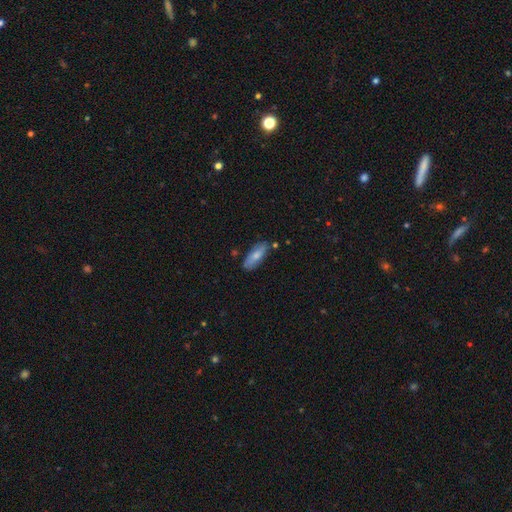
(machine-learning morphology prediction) A smooth galaxy with no disk features (73%) that is in between round and cigar-shaped (71%). Merging: none (77%).